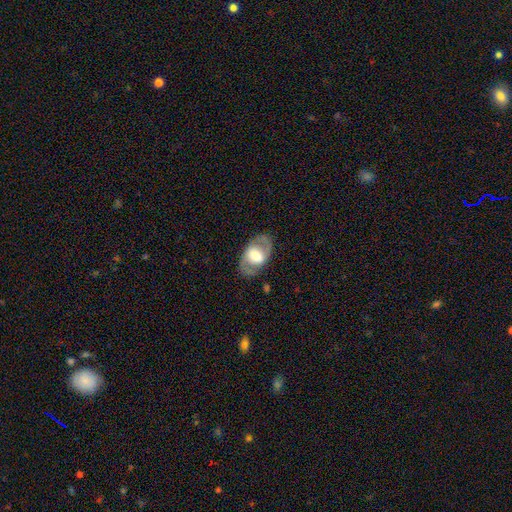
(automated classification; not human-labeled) The model was most divided on "bulge size": moderate: 42%, large: 41%, small: 10%, dominant: 5%, none: 2%. Remaining: edge-on disk — no (92%); merging — none (80%); smooth or featured — featured or disk (63%); spiral arms — yes (57%); bar — weak (39%).